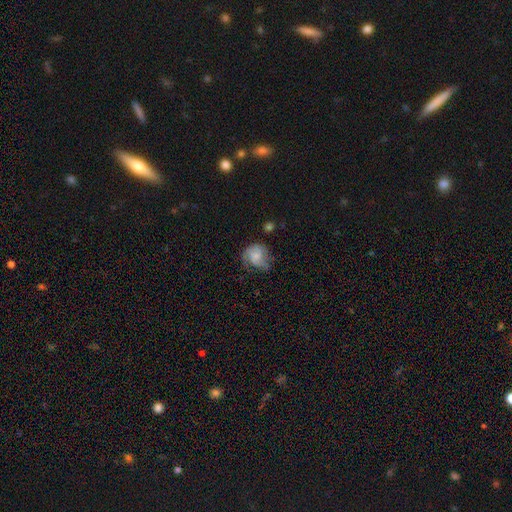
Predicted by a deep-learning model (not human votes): smooth_or_featured: featured or disk (p=0.46) [tied with: smooth p=0.46]
merging: none (p=0.49) [alt: minor disturbance p=0.31]